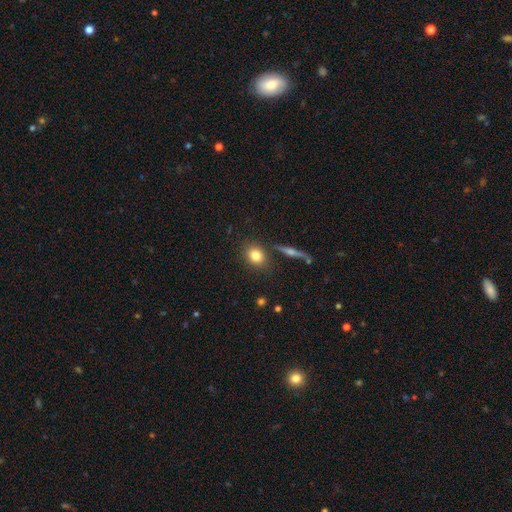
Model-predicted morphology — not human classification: smooth_or_featured: smooth (p=0.80) [alt: featured or disk p=0.10]
how_rounded: round (p=0.54) [alt: in between p=0.43]
merging: none (p=0.79) [alt: minor disturbance p=0.11]